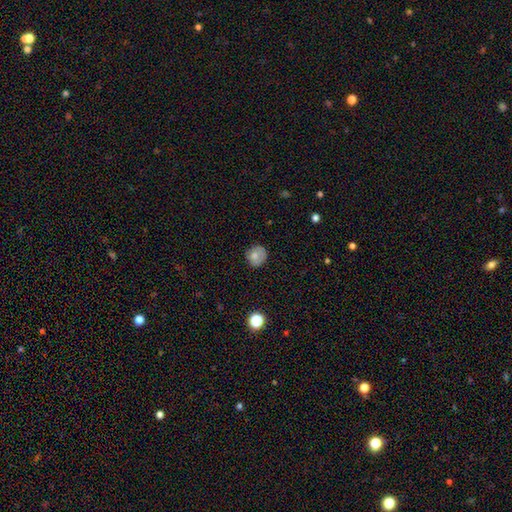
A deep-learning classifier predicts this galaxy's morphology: A smooth galaxy with no disk features (73%) that is round (84%).

Vote fractions:
- Smooth or featured? smooth: 73% / featured or disk: 17% / star or artifact: 10%
- How rounded? round: 84% / in between: 15% / cigar-shaped: 1%
- Merging? none: 76% / minor disturbance: 18% / major disturbance: 5% / merger: 1%